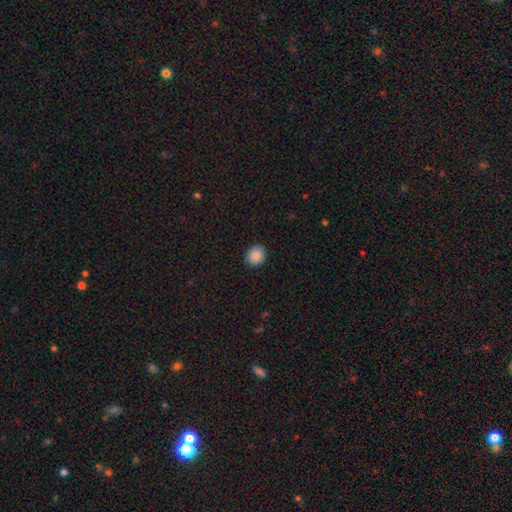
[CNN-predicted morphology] Smooth or featured? smooth (89%)
How rounded? round (70%)
Merging? none (90%)